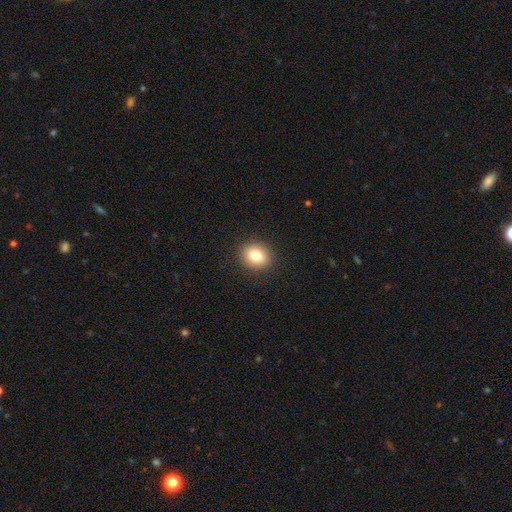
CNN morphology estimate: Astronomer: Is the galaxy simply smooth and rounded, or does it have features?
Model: smooth — 82%.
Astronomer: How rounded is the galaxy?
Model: round — 66%.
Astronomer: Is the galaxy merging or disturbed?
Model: none — 90%.